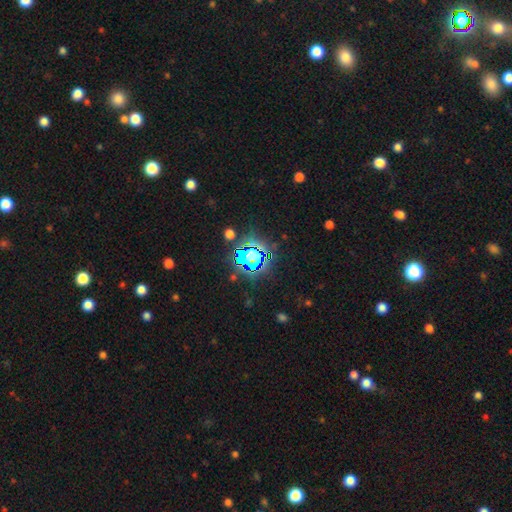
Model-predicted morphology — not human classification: Q: Smooth or featured?
A: star or artifact (69%); runner-up: smooth (19%)